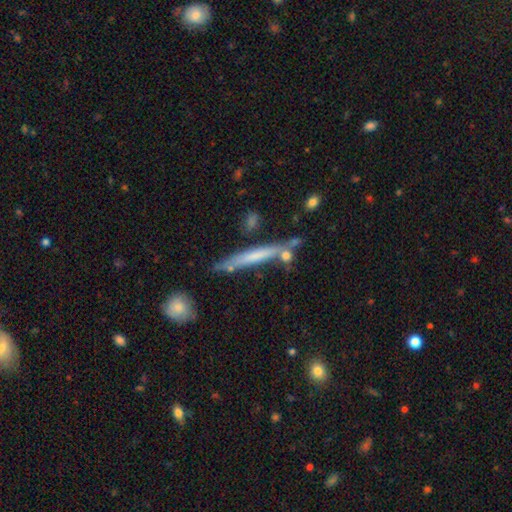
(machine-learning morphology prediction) Q: Smooth or featured?
A: smooth (51%); runner-up: featured or disk (42%)
Q: How rounded?
A: cigar-shaped (95%); runner-up: in between (4%)
Q: Merging?
A: none (73%); runner-up: minor disturbance (15%)